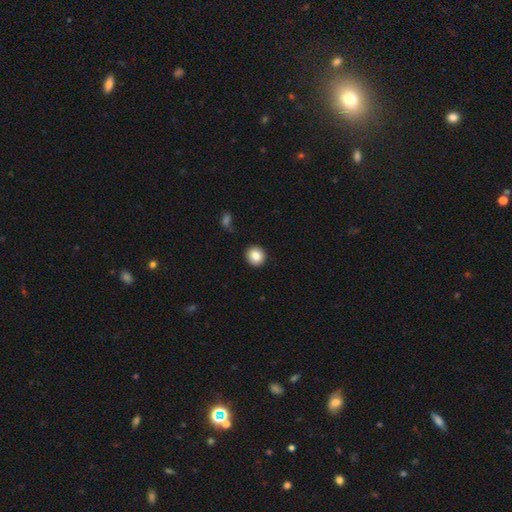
smooth_or_featured: smooth (p=0.90) [alt: featured or disk p=0.05]
how_rounded: round (p=0.94) [alt: in between p=0.06]
merging: none (p=0.86) [alt: minor disturbance p=0.11]